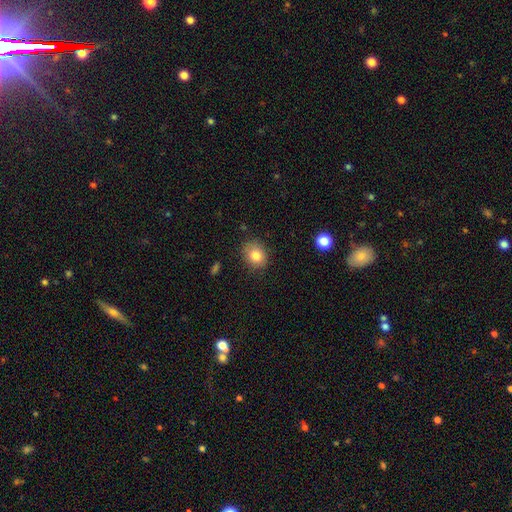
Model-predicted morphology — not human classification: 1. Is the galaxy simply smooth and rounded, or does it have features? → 82% smooth, 10% star or artifact, 8% featured or disk.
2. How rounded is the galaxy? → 63% round, 37% in between, 1% cigar-shaped.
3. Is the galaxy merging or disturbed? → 82% none, 14% minor disturbance, 3% major disturbance, 1% merger.